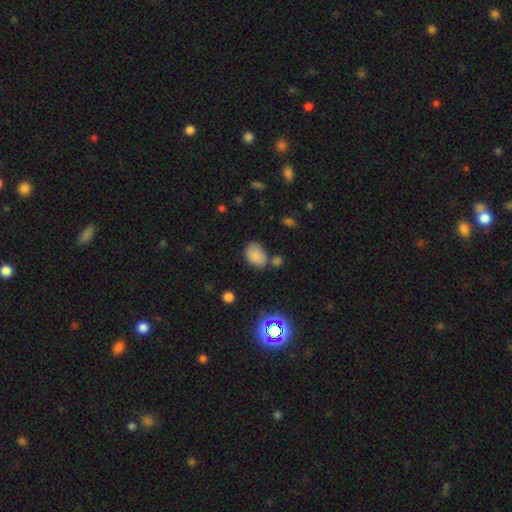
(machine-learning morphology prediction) Smooth or featured? smooth (80%)
How rounded? in between (78%)
Merging? none (61%)